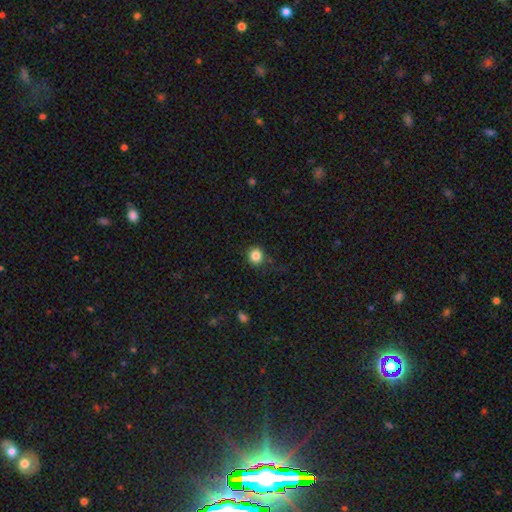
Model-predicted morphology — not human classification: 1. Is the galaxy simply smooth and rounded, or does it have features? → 84% smooth, 11% star or artifact, 5% featured or disk.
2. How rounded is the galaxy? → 90% round, 9% in between, 1% cigar-shaped.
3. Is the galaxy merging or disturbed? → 87% none, 8% minor disturbance, 3% major disturbance, 2% merger.